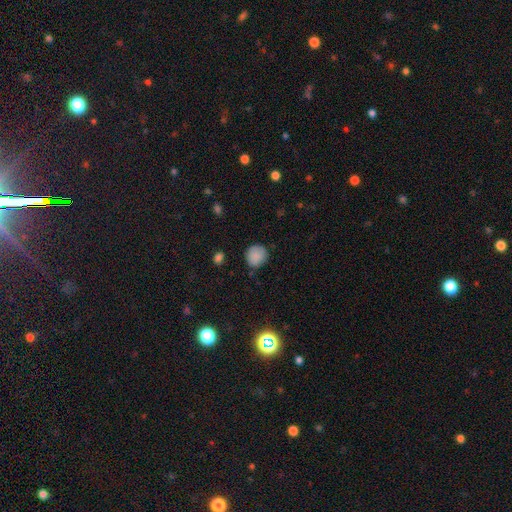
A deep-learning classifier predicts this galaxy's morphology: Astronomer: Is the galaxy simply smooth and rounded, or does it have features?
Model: smooth — 86%.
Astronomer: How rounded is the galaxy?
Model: round — 88%.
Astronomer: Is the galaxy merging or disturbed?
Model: none — 80%.